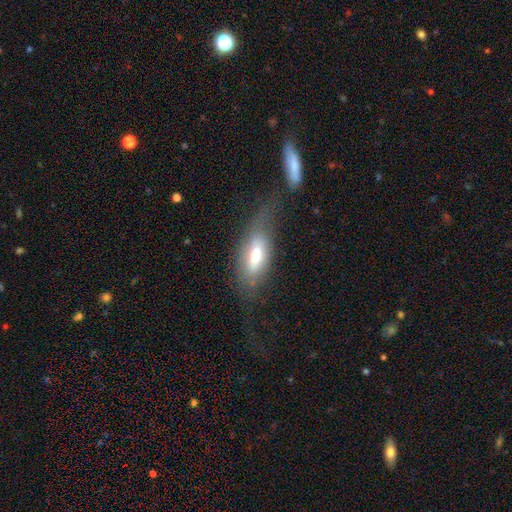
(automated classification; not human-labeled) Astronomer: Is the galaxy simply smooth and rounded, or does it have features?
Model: smooth — 61%.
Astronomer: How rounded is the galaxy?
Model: in between — 72%.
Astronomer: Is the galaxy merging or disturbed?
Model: none — 40% (runner-up: minor disturbance, 25%).